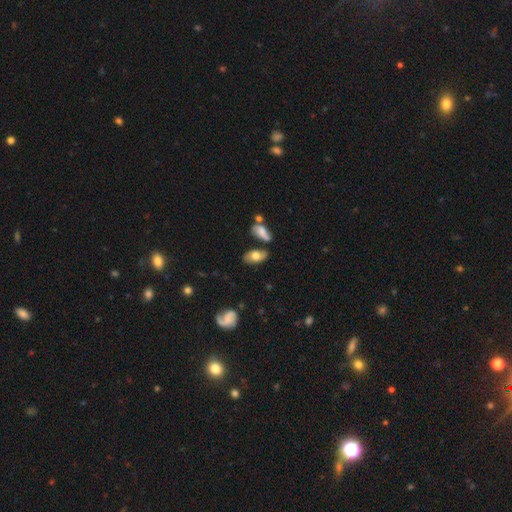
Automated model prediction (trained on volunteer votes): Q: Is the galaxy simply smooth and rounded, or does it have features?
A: smooth — 68%.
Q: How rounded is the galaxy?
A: in between — 91%.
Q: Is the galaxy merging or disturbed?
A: none — 65%.